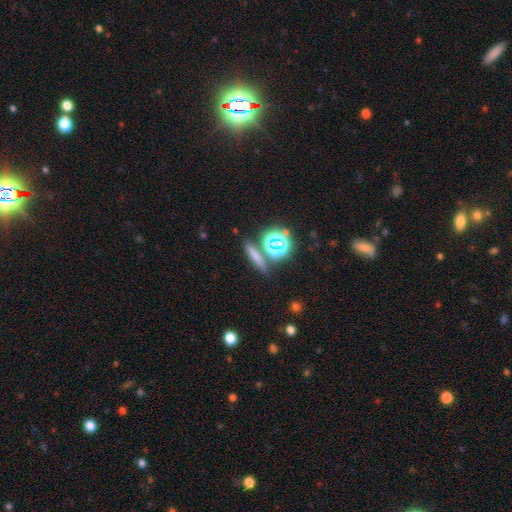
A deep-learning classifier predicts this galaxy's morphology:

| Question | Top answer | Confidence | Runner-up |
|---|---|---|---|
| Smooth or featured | smooth | 60% | star or artifact (26%) |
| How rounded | cigar-shaped | 61% | round (21%) |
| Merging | none | 77% | merger (11%) |